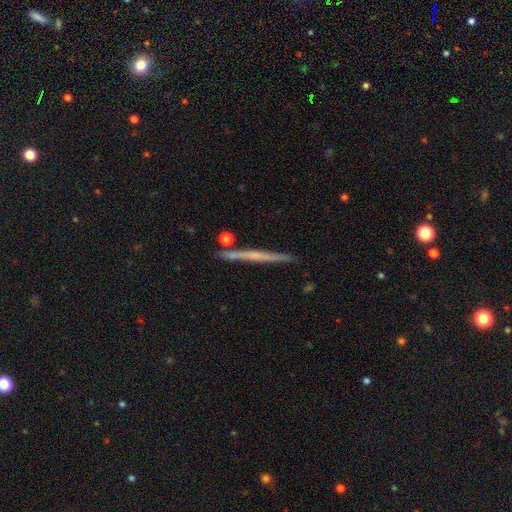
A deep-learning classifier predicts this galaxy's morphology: This is possibly a featured or disk galaxy (57%). It is clearly viewed edge-on (97%). Edge-on bulge: clearly none (81%). Merging: clearly none (86%).